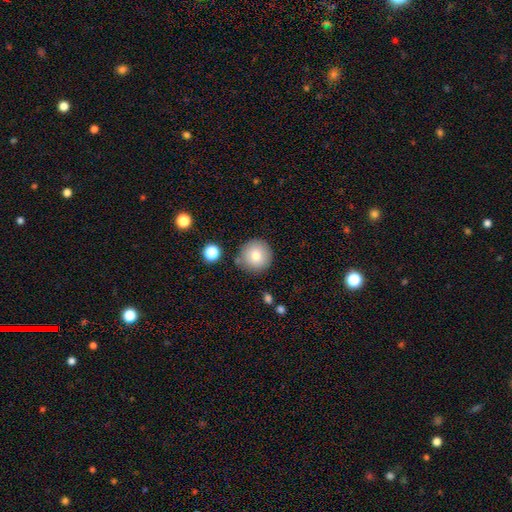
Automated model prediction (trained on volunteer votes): smooth-or-featured: smooth: 79% | featured or disk: 11% | star or artifact: 10%
  how-rounded: round: 95% | in between: 4% | cigar-shaped: 1%
  merging: none: 80% | minor disturbance: 11% | merger: 6% | major disturbance: 3%